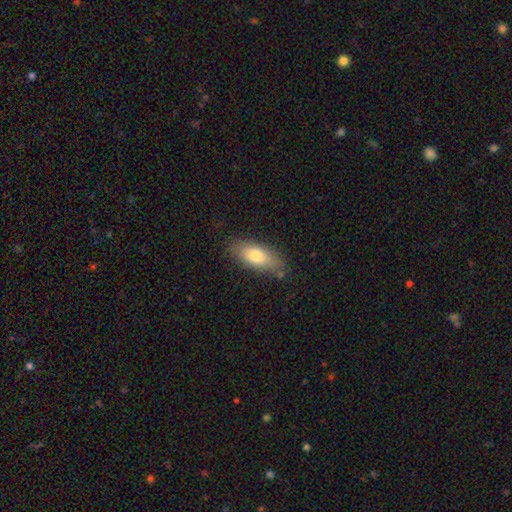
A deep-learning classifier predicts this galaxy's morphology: The model was most divided on "how rounded": in between: 77%, cigar-shaped: 20%, round: 3%. More confident: merging — none (77%); smooth or featured — smooth (76%).